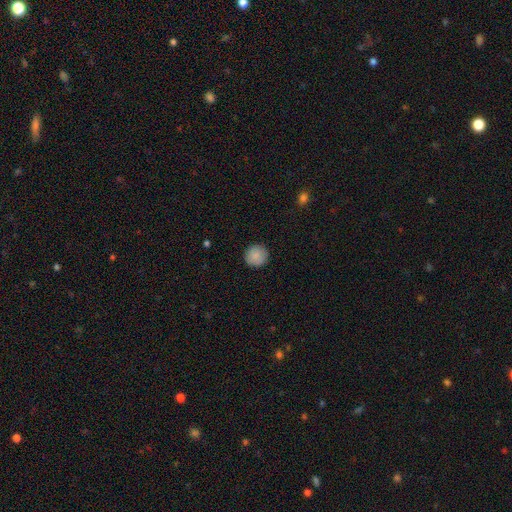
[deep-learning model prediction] Smooth or featured? Predicted: smooth (p=0.88). How rounded? Predicted: round (p=0.95). Merging? Predicted: none (p=0.91).